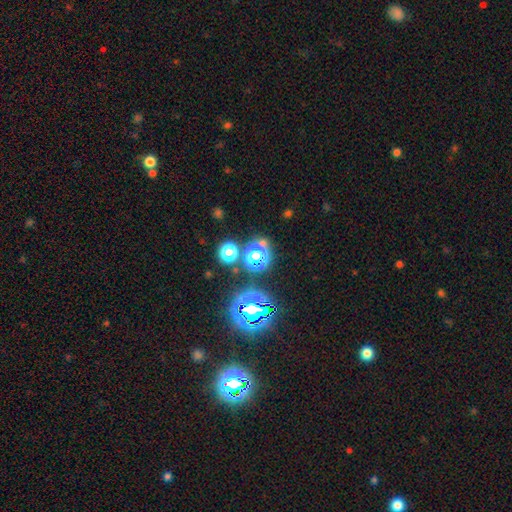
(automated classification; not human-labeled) Smooth or featured? Predicted: star or artifact (p=0.47).